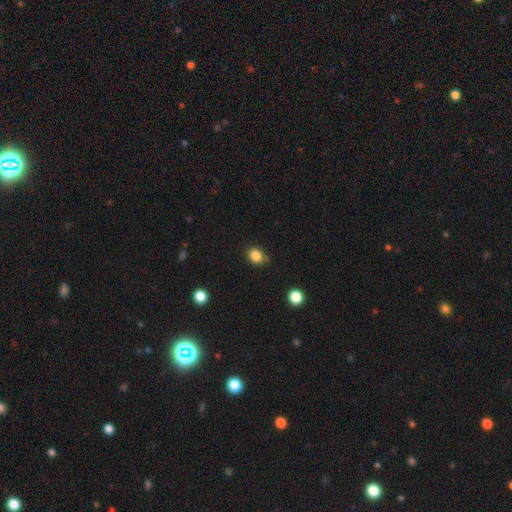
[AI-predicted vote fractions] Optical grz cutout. It shows a smooth galaxy with no disk features (84%) that is round (53%). Merging: none (74%).